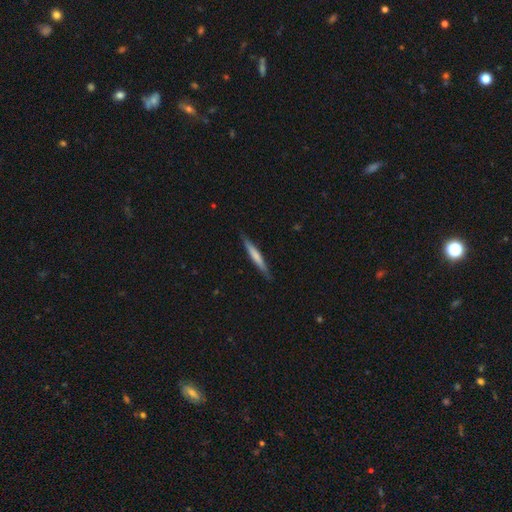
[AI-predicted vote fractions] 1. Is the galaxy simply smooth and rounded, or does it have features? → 60% smooth, 35% featured or disk, 5% star or artifact.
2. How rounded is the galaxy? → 95% cigar-shaped, 4% in between, 1% round.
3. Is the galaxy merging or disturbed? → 87% none, 10% minor disturbance, 2% major disturbance, 1% merger.